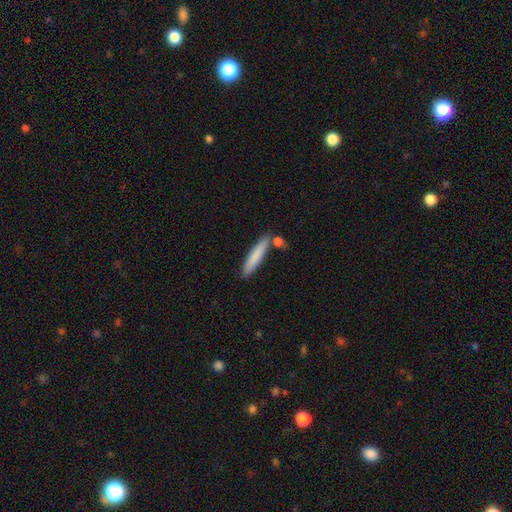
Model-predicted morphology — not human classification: Q: Smooth or featured?
A: smooth (79%); runner-up: featured or disk (16%)
Q: How rounded?
A: cigar-shaped (90%); runner-up: in between (8%)
Q: Merging?
A: none (79%); runner-up: minor disturbance (11%)